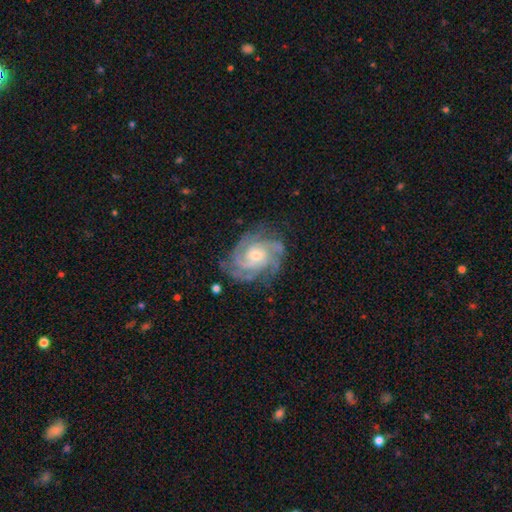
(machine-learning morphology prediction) A featured or disk galaxy (91%) with no bar (70%), 3 (36%) tight (67%) spiral arms (98%) and a small central bulge (52%). Merging: none (77%).